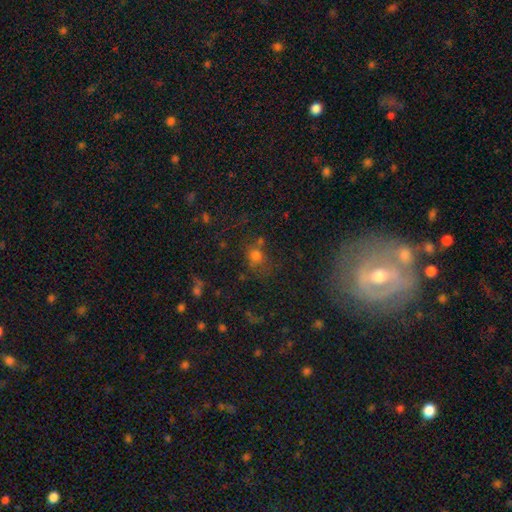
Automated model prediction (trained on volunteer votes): The model was most divided on "merging": none: 54%, minor disturbance: 18%, merger: 14%, major disturbance: 14%. More confident: how rounded — round (68%); smooth or featured — smooth (65%).